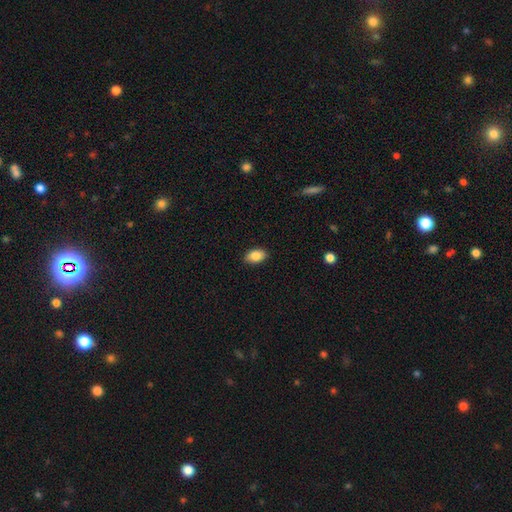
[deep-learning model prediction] smooth_or_featured: smooth (p=0.86) [alt: star or artifact p=0.07]
how_rounded: in between (p=0.91) [alt: round p=0.07]
merging: none (p=0.89) [alt: minor disturbance p=0.08]